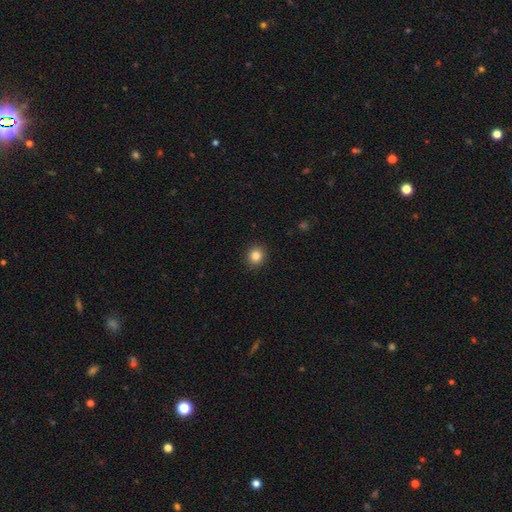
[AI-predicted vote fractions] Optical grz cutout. It shows a smooth galaxy with no disk features (85%) that is round (88%). Merging: none (92%).